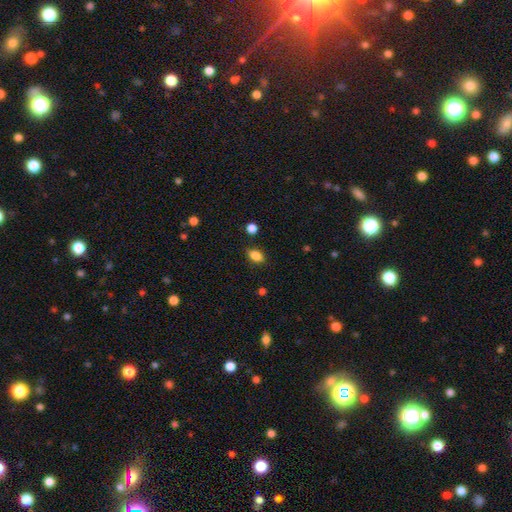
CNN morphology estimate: This is clearly a smooth galaxy (85%). How rounded: likely in between (79%). Merging: clearly none (82%).